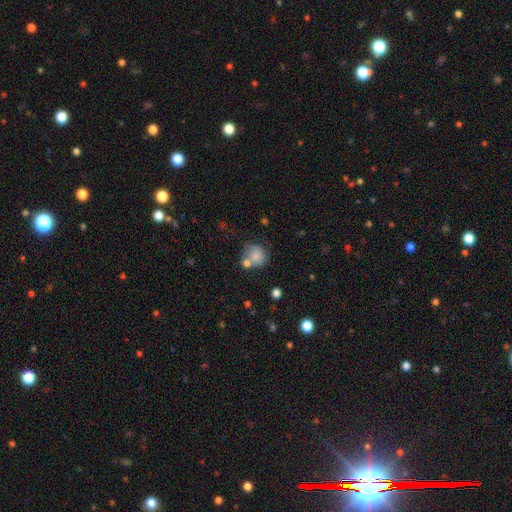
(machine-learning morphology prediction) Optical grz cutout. It shows a smooth galaxy with no disk features (77%) that is round (79%). Merging: none (51%).